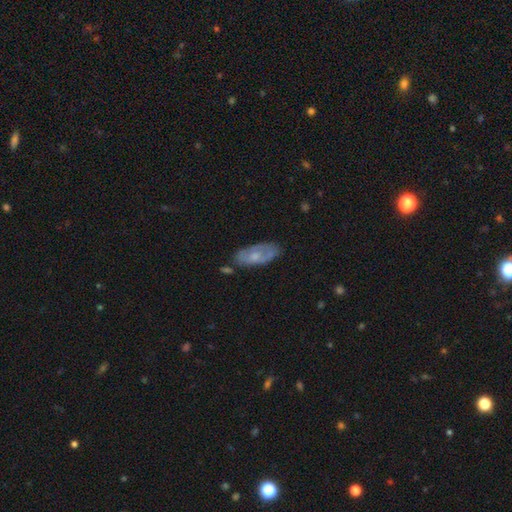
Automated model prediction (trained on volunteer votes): The model was most divided on "smooth or featured": featured or disk: 52%, smooth: 42%, star or artifact: 7%. More confident: edge-on disk — no (85%); merging — none (67%).